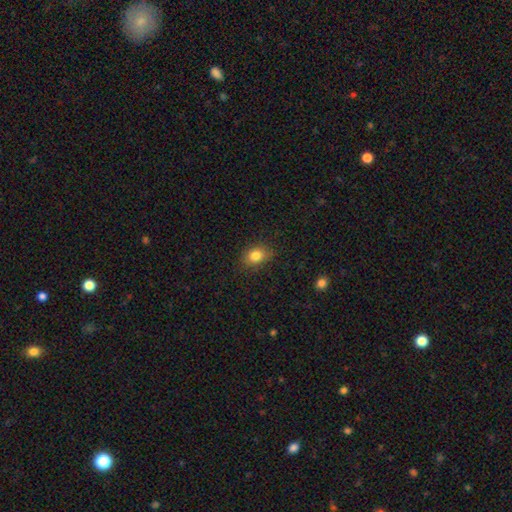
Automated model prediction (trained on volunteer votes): smooth 82%, star or artifact 10%, featured or disk 7%. Down the decision tree: how rounded — in between (60%); merging — none (82%).